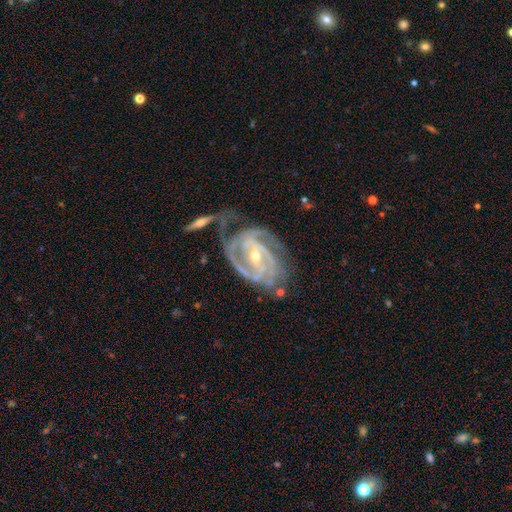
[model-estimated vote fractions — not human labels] This is clearly a featured or disk galaxy (92%). It is clearly not viewed edge-on (97%). Bar: marginally weak (41%). Spiral arm pattern: clearly yes (98%). Spiral arm count: marginally 2 (39%). Spiral winding: likely tight (63%). Central bulge: likely small (62%). Merging: possibly none (46%).